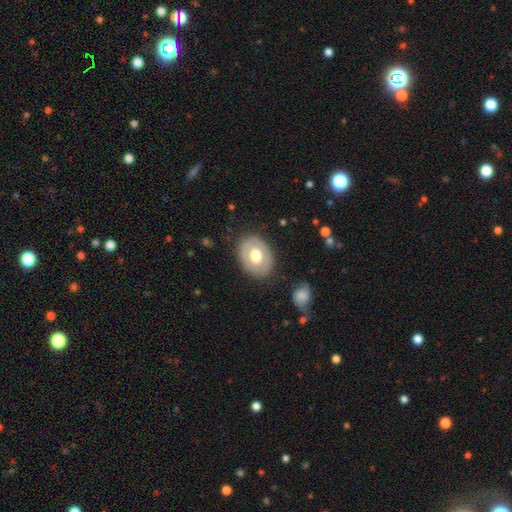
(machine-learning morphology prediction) This is possibly a smooth galaxy (54%). How rounded: likely in between (67%). Merging: clearly none (82%).